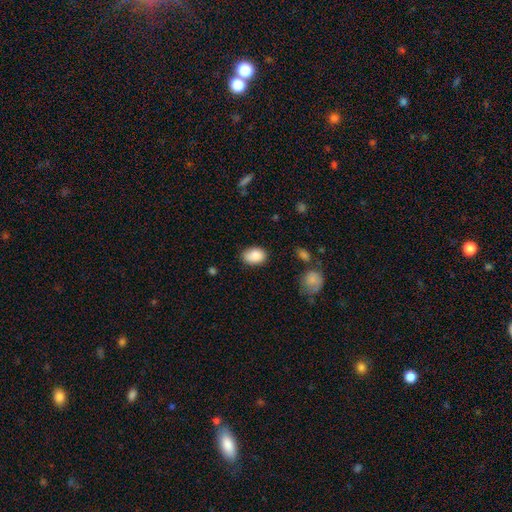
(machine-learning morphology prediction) Smooth or featured? smooth (88%)
How rounded? in between (83%)
Merging? none (75%)